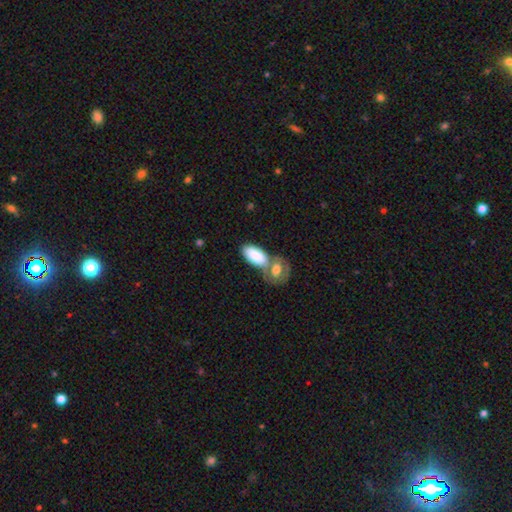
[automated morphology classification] Smooth or featured? Predicted: smooth (p=0.83). How rounded? Predicted: in between (p=0.92). Merging? Predicted: merger (p=0.54).